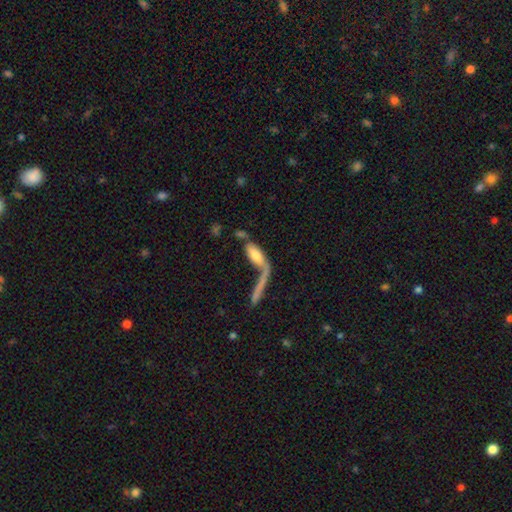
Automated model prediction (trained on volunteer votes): The model was most divided on "how rounded": in between: 58%, cigar-shaped: 38%, round: 4%. Remaining: smooth or featured — smooth (62%); merging — merger (46%).